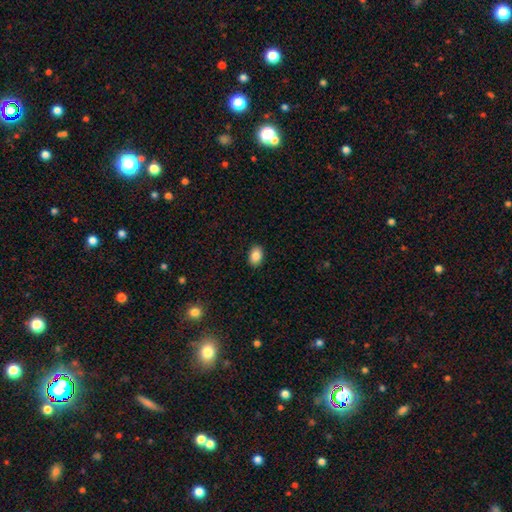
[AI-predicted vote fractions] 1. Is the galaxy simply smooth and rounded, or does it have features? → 87% smooth, 8% star or artifact, 5% featured or disk.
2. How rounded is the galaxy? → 82% in between, 17% round, 1% cigar-shaped.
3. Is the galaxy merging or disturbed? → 90% none, 8% minor disturbance, 2% major disturbance, 1% merger.